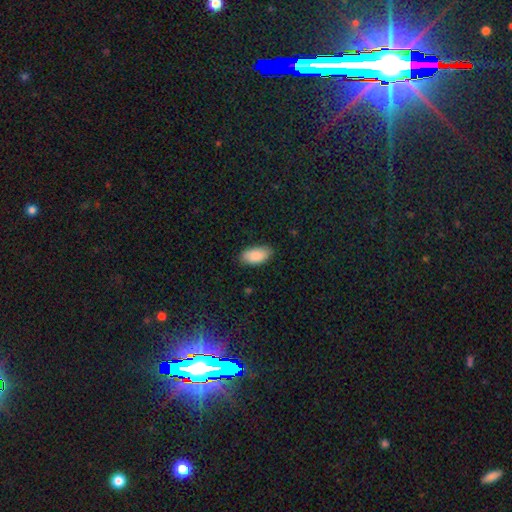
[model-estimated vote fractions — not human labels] A smooth galaxy with no disk features (88%) that is in between round and cigar-shaped (95%).

Vote fractions:
- Smooth or featured? smooth: 88% / star or artifact: 6% / featured or disk: 6%
- How rounded? in between: 95% / cigar-shaped: 3% / round: 3%
- Merging? none: 83% / minor disturbance: 14% / major disturbance: 3% / merger: 1%